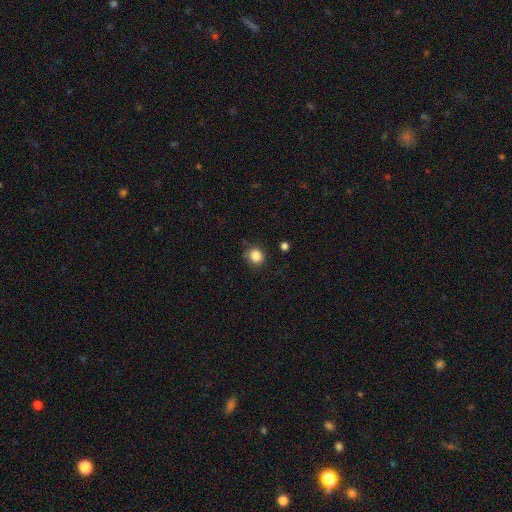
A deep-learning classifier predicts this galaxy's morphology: A smooth galaxy with no disk features (85%) that is round (84%). Merging: none (78%).